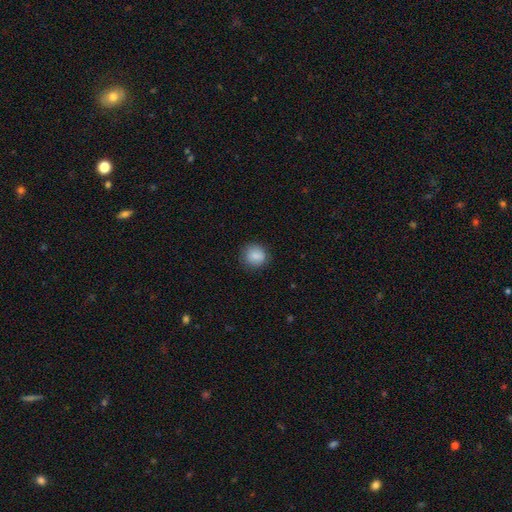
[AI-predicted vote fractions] smooth-or-featured: smooth: 88% | star or artifact: 8% | featured or disk: 4%
  how-rounded: round: 85% | in between: 14% | cigar-shaped: 1%
  merging: none: 83% | minor disturbance: 13% | major disturbance: 3% | merger: 1%